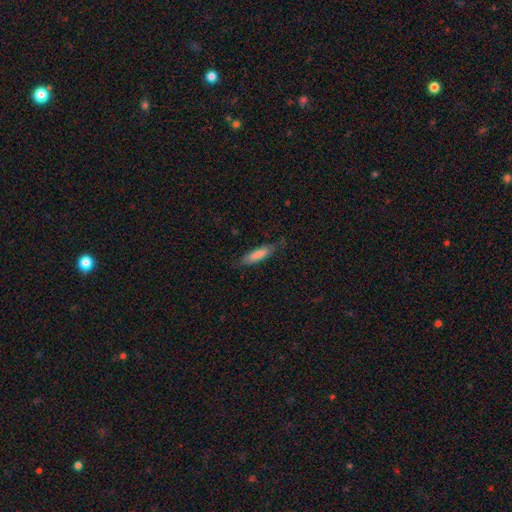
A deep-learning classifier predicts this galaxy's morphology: smooth 79%, featured or disk 16%, star or artifact 6%. Down the decision tree: how rounded — cigar-shaped (68%); merging — none (75%).